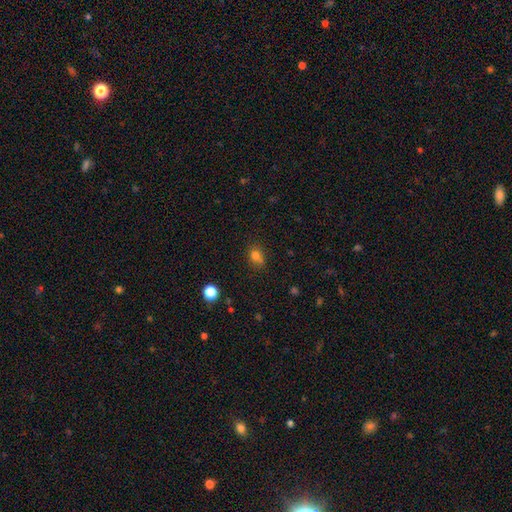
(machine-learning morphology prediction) A smooth galaxy with no disk features (76%) that is round (51%). Merging: none (59%).